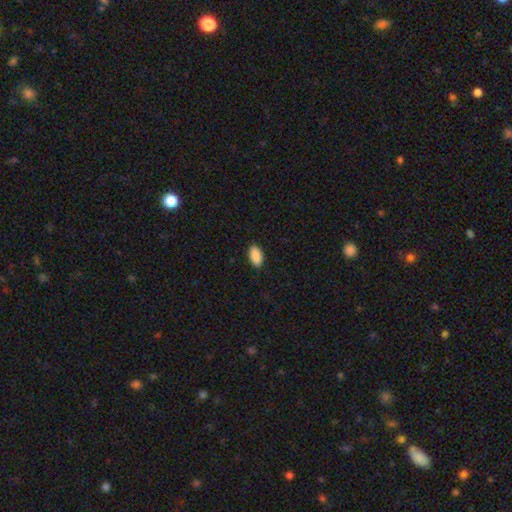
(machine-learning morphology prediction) Q: Smooth or featured?
A: smooth (90%); runner-up: star or artifact (7%)
Q: How rounded?
A: in between (94%); runner-up: cigar-shaped (3%)
Q: Merging?
A: none (88%); runner-up: minor disturbance (9%)